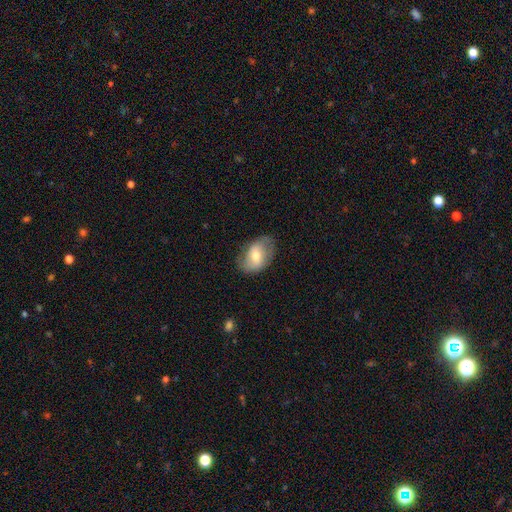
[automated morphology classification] type=smooth (55%); roundness=in between (86%); merging=none (71%).